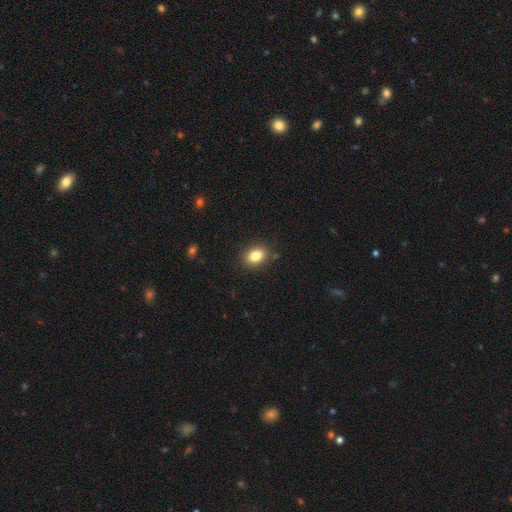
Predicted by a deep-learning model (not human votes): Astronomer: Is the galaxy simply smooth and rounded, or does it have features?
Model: smooth — 84%.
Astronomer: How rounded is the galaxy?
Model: in between — 78%.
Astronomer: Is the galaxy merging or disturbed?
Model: none — 87%.